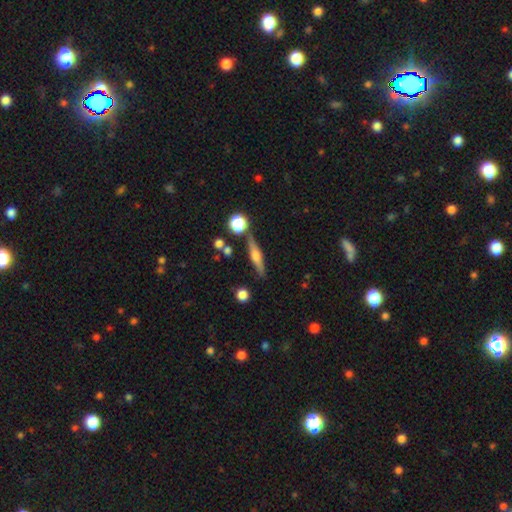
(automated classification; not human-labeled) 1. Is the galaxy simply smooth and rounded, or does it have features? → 57% featured or disk, 35% smooth, 8% star or artifact.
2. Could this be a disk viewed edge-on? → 95% yes, 5% no.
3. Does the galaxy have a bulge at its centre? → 85% rounded, 10% boxy, 5% none.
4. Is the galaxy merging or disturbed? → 82% none, 10% minor disturbance, 5% merger, 3% major disturbance.